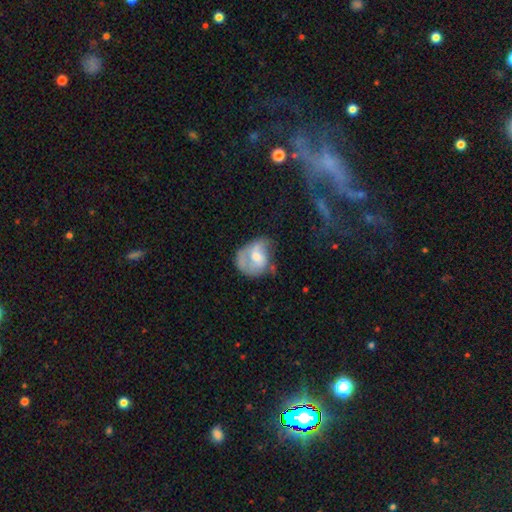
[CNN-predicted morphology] smooth-or-featured: featured or disk: 48% | smooth: 44% | star or artifact: 8%
  merging: none: 33% | major disturbance: 31% | minor disturbance: 30% | merger: 6%